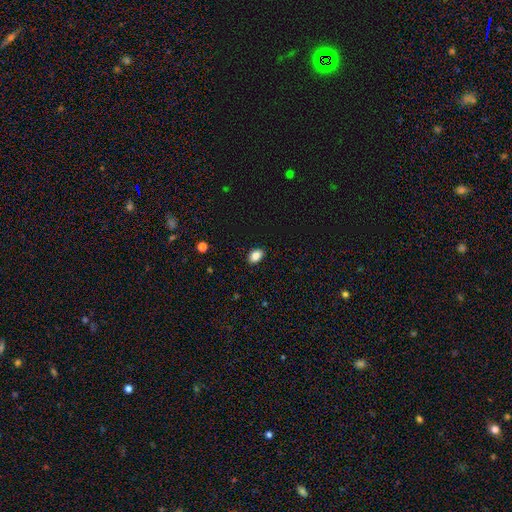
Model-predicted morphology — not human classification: smooth-or-featured: smooth: 86% | star or artifact: 9% | featured or disk: 5%
  how-rounded: in between: 86% | round: 12% | cigar-shaped: 1%
  merging: none: 88% | minor disturbance: 9% | major disturbance: 2% | merger: 1%